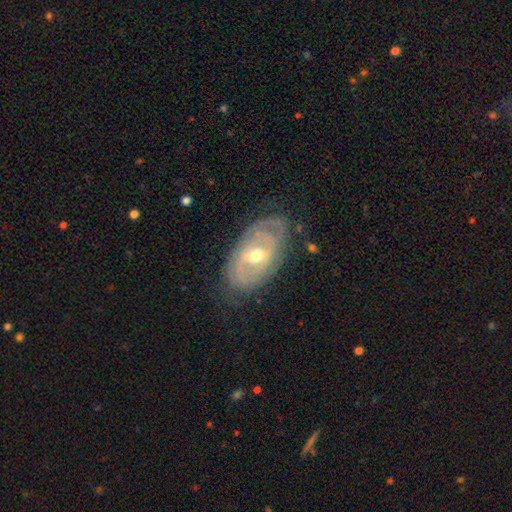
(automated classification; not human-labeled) Smooth or featured?
  - featured or disk: 79% *
  - smooth: 15%
  - star or artifact: 6%
Edge-on disk?
  - no: 93% *
  - yes: 7%
Bar?
  - weak: 44% *
  - no: 38%
  - strong: 19%
Spiral arms?
  - yes: 79% *
  - no: 21%
Spiral winding?
  - tight: 66% *
  - medium: 25%
  - loose: 9%
Spiral arm count?
  - can't tell: 40% *
  - 2: 39%
  - 3: 9%
  - 1: 5%
  - 4: 4%
  - more than 4: 3%
Bulge size?
  - moderate: 65% *
  - small: 31%
  - large: 3%
  - none: 1%
  - dominant: 1%
Merging?
  - none: 73% *
  - minor disturbance: 19%
  - major disturbance: 7%
  - merger: 1%